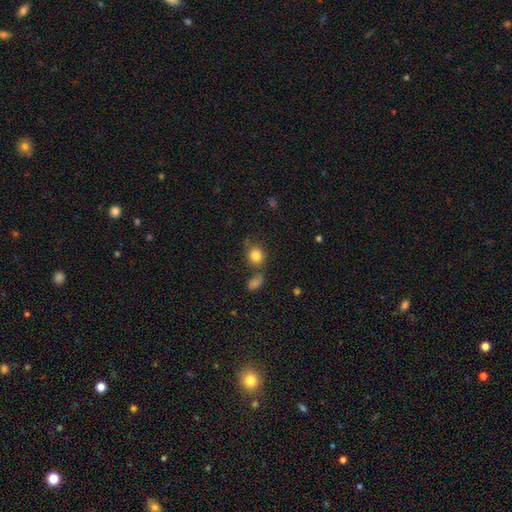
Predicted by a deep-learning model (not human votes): Smooth or featured? smooth (83%)
How rounded? round (72%)
Merging? none (61%)